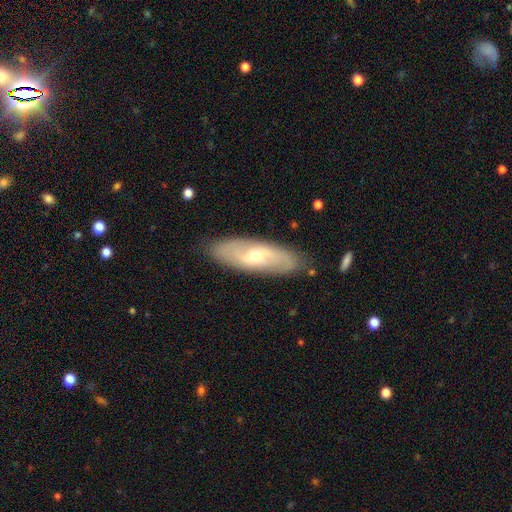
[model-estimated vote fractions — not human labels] Smooth or featured? featured or disk (64%)
Edge-on disk? no (80%)
Bar? no (50%)
Spiral arms? yes (72%)
Bulge size? moderate (56%)
Merging? none (85%)